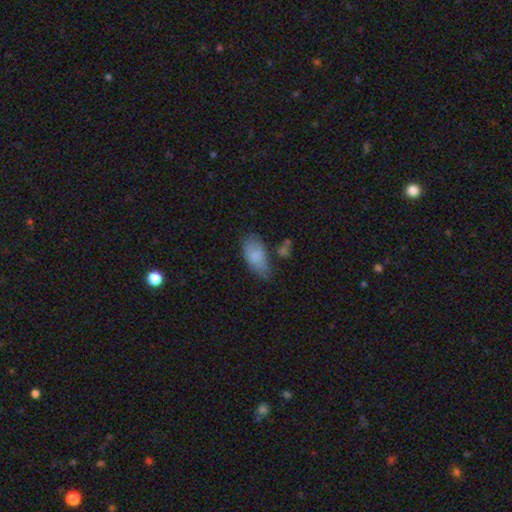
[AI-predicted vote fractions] Smooth or featured? smooth (80%)
How rounded? in between (92%)
Merging? none (49%)